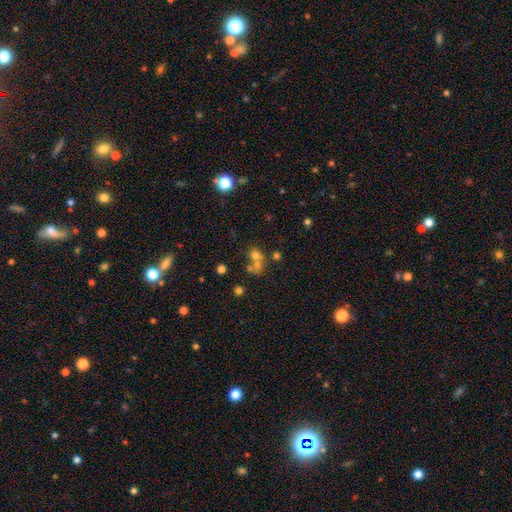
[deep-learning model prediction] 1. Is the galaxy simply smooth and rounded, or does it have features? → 58% smooth, 21% star or artifact, 21% featured or disk.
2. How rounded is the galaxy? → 76% round, 23% in between, 1% cigar-shaped.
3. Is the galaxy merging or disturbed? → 53% merger, 35% none, 7% minor disturbance, 5% major disturbance.